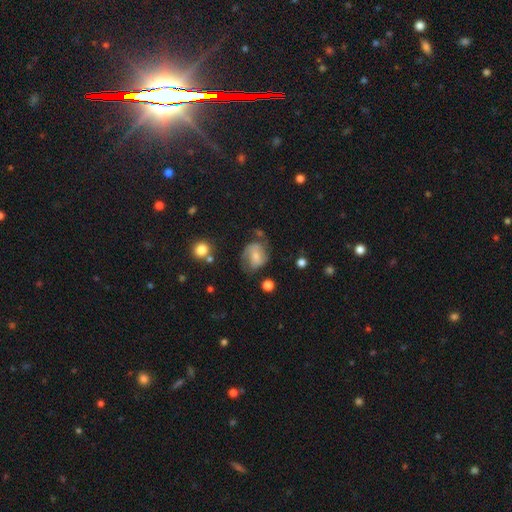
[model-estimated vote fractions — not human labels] This is possibly a featured or disk galaxy (59%). It is clearly not viewed edge-on (97%). Bar: possibly no (48%). Spiral arm pattern: clearly yes (85%). Central bulge: possibly small (50%). Merging: possibly none (51%).